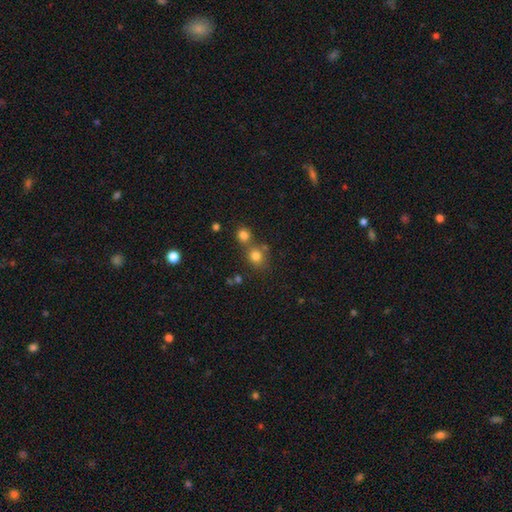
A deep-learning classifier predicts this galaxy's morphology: A smooth galaxy with no disk features (77%) that is round (81%). Merging: none (58%).